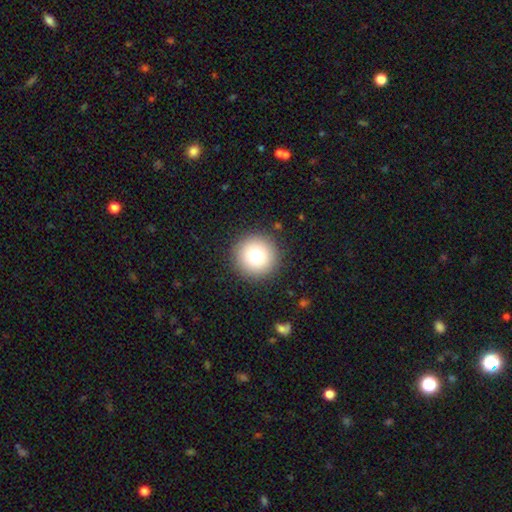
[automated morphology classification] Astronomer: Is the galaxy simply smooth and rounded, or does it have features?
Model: smooth — 78%.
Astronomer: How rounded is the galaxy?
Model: round — 96%.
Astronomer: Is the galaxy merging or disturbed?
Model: none — 91%.